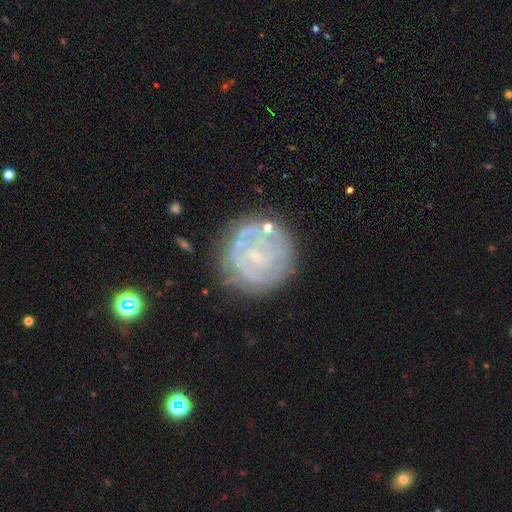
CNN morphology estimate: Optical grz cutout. It shows a featured or disk galaxy (75%) with no bar (64%), tight (73%) spiral arms (85%) and a small central bulge (85%). Merging: none (75%).